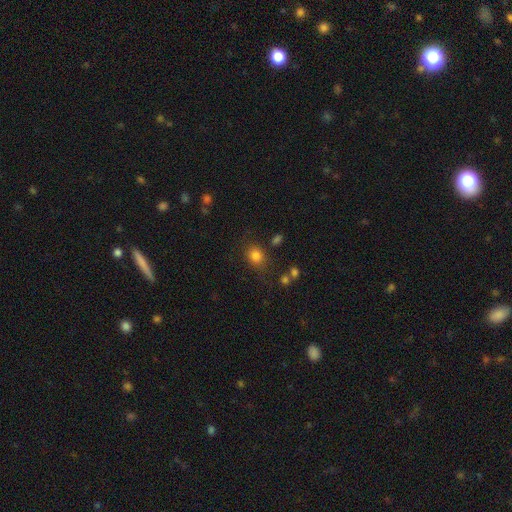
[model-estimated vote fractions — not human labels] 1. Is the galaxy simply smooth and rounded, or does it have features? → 81% smooth, 13% star or artifact, 6% featured or disk.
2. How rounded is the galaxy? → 62% round, 37% in between, 1% cigar-shaped.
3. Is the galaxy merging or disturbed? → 76% none, 14% minor disturbance, 6% major disturbance, 5% merger.